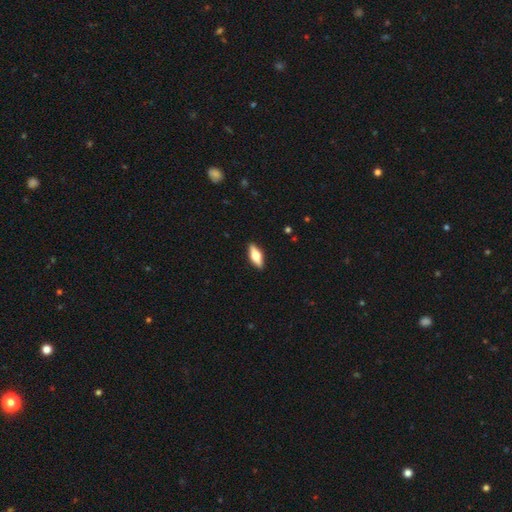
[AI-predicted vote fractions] Q: Smooth or featured?
A: smooth (52%); runner-up: featured or disk (41%)
Q: How rounded?
A: in between (66%); runner-up: cigar-shaped (31%)
Q: Merging?
A: none (90%); runner-up: minor disturbance (8%)